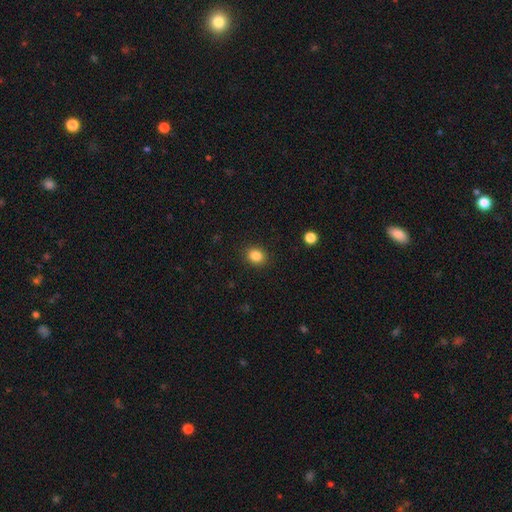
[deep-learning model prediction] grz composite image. It shows a smooth galaxy with no disk features (85%) that is round (62%). Merging: none (90%).